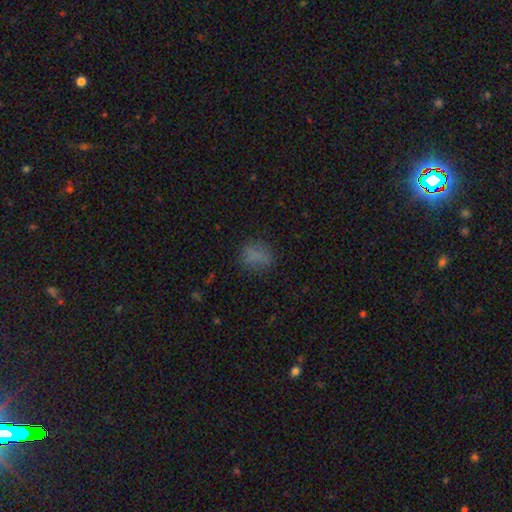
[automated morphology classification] Smooth or featured: smooth — 74% (star or artifact — 16%)
How rounded: in between — 52% (round — 45%)
Merging: none — 72% (minor disturbance — 17%)